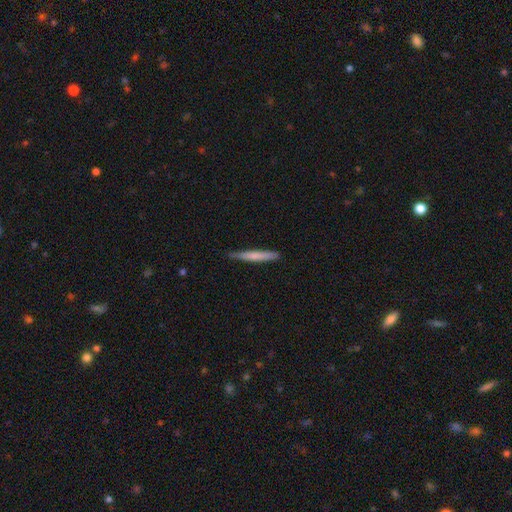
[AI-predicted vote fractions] Smooth or featured?
  - smooth: 66% *
  - featured or disk: 28%
  - star or artifact: 5%
How rounded?
  - cigar-shaped: 96% *
  - in between: 3%
  - round: 1%
Merging?
  - none: 83% *
  - minor disturbance: 14%
  - major disturbance: 2%
  - merger: 1%